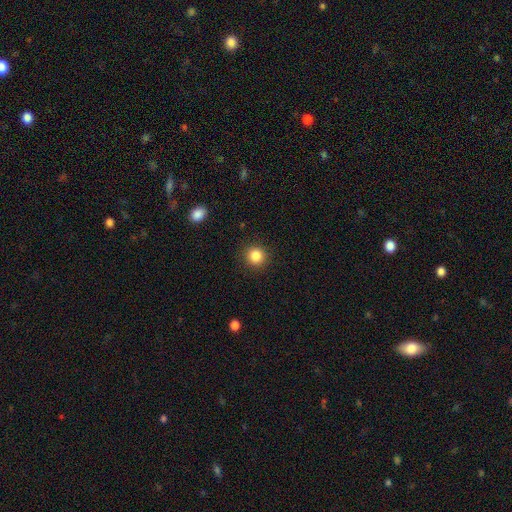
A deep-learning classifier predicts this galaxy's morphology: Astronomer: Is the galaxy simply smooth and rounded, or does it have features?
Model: smooth — 85%.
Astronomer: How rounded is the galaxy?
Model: round — 92%.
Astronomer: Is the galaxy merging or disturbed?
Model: none — 91%.